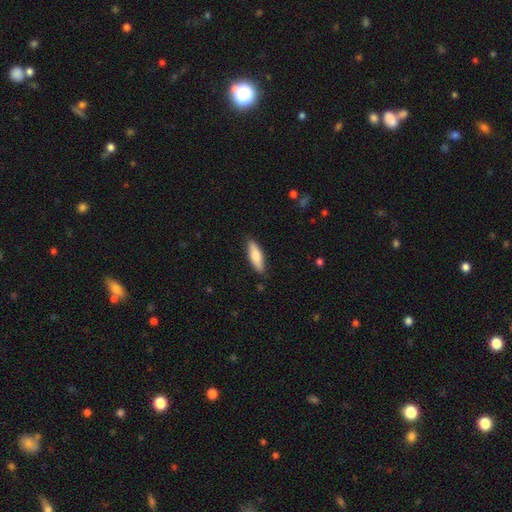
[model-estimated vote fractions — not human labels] smooth_or_featured: smooth (p=0.79) [alt: featured or disk p=0.15]
how_rounded: in between (p=0.50) [alt: cigar-shaped p=0.48]
merging: none (p=0.87) [alt: minor disturbance p=0.10]